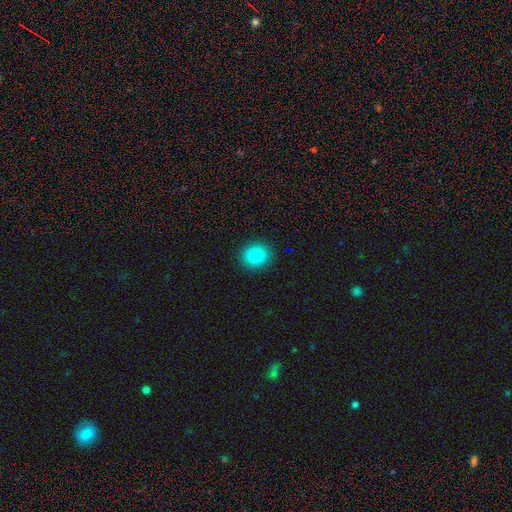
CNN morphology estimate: smooth_or_featured: smooth (p=0.87) [alt: star or artifact p=0.10]
how_rounded: round (p=0.79) [alt: in between p=0.20]
merging: none (p=0.91) [alt: minor disturbance p=0.06]